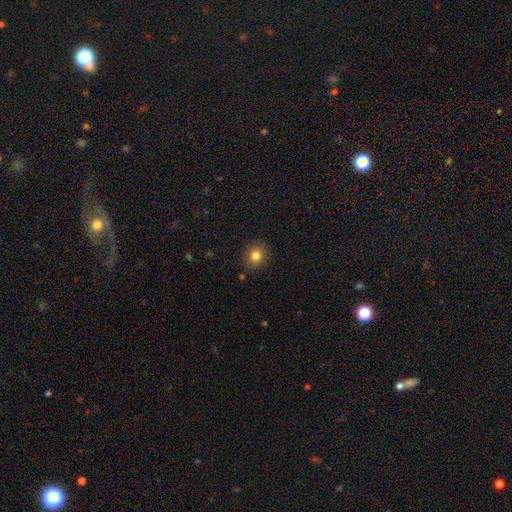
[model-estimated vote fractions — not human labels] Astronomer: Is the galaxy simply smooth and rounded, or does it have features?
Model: smooth — 81%.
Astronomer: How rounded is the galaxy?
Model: round — 79%.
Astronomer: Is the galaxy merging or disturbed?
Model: none — 88%.